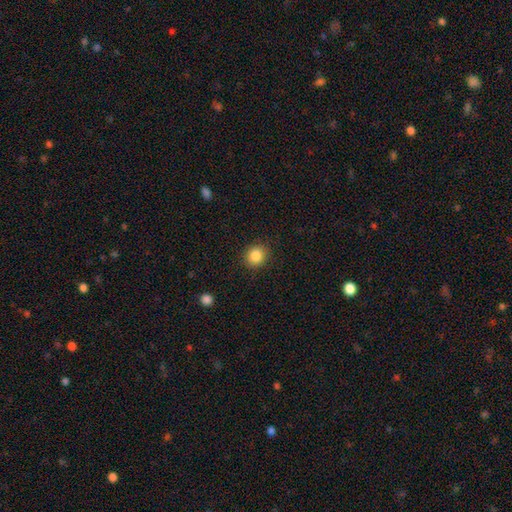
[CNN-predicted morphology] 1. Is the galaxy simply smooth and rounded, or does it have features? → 86% smooth, 10% star or artifact, 4% featured or disk.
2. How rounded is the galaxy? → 82% round, 17% in between, 1% cigar-shaped.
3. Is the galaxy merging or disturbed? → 89% none, 7% minor disturbance, 2% major disturbance, 1% merger.